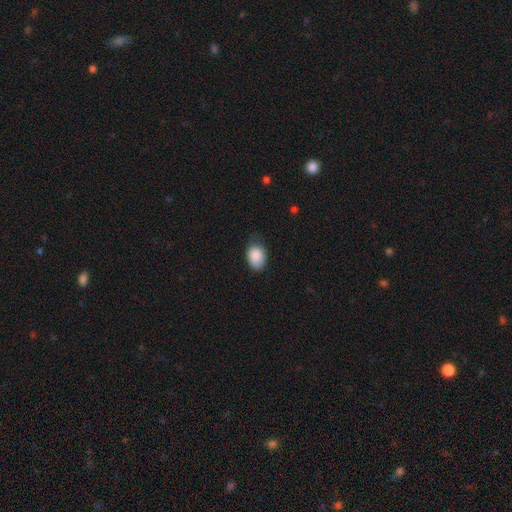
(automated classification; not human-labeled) smooth 88%, star or artifact 8%, featured or disk 4%. Down the decision tree: how rounded — in between (73%); merging — none (64%).